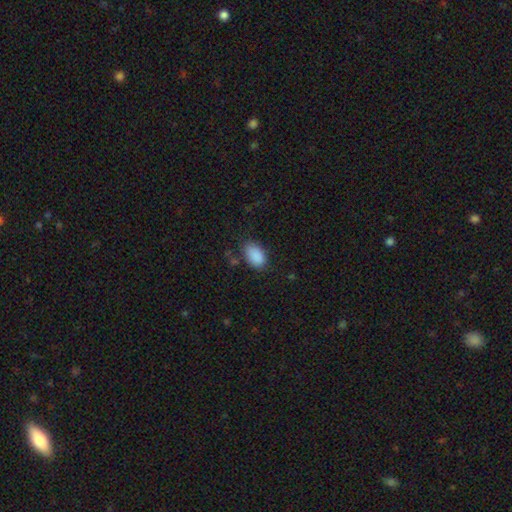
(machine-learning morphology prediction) Q: Smooth or featured?
A: smooth (89%); runner-up: star or artifact (8%)
Q: How rounded?
A: in between (91%); runner-up: round (8%)
Q: Merging?
A: none (75%); runner-up: minor disturbance (18%)